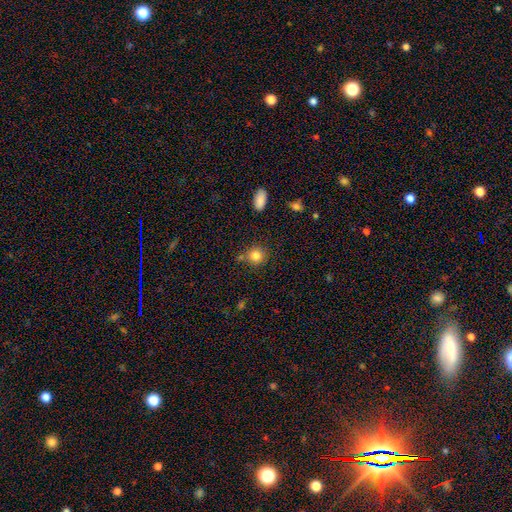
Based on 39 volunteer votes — smooth-or-featured: smooth: 82% | featured or disk: 13% | star or artifact: 5%
  how-rounded: round: 88% | in between: 9% | cigar-shaped: 3%
  merging: none: 57% | minor disturbance: 19% | merger: 19% | major disturbance: 5%